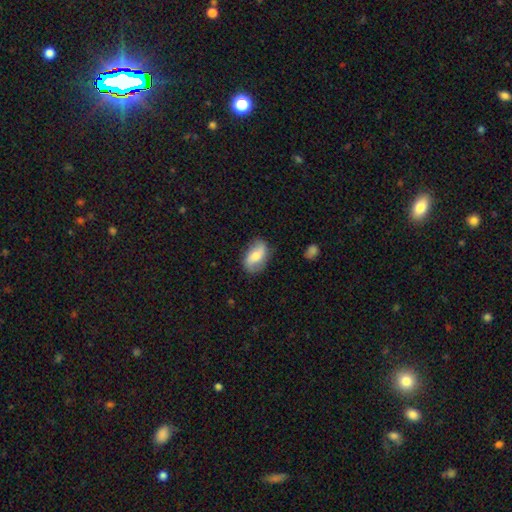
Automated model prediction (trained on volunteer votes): A smooth galaxy with no disk features (47%). Merging: none (77%).